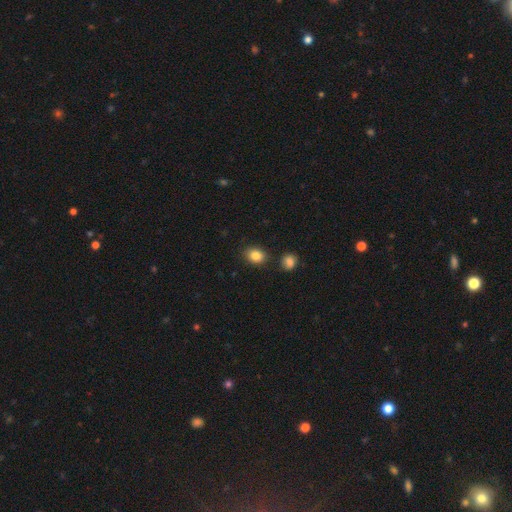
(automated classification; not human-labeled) Smooth or featured? smooth (85%)
How rounded? in between (62%)
Merging? none (81%)